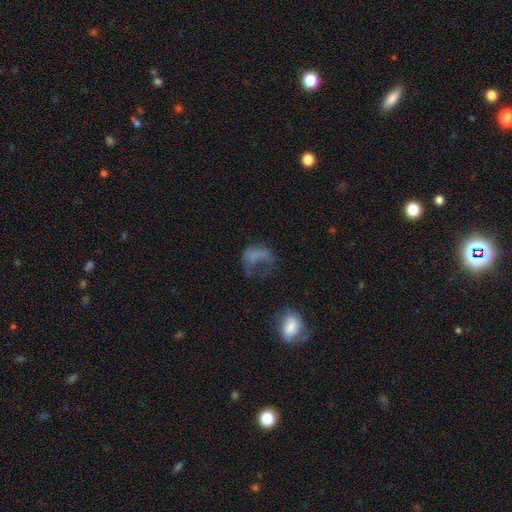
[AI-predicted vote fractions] smooth 50%, featured or disk 34%, star or artifact 16%. Down the decision tree: merging — major disturbance (54%).